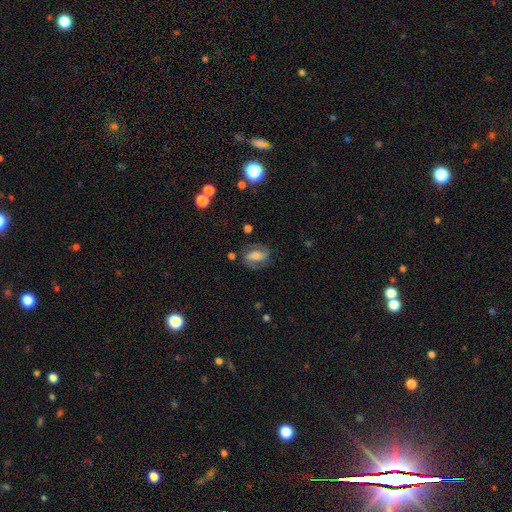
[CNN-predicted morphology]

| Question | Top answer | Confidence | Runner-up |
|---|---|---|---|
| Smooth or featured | featured or disk | 57% | smooth (35%) |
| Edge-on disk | no | 94% | yes (6%) |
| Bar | strong | 39% | weak (35%) |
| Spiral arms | yes | 83% | no (17%) |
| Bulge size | moderate | 50% | small (29%) |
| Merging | none | 74% | minor disturbance (16%) |